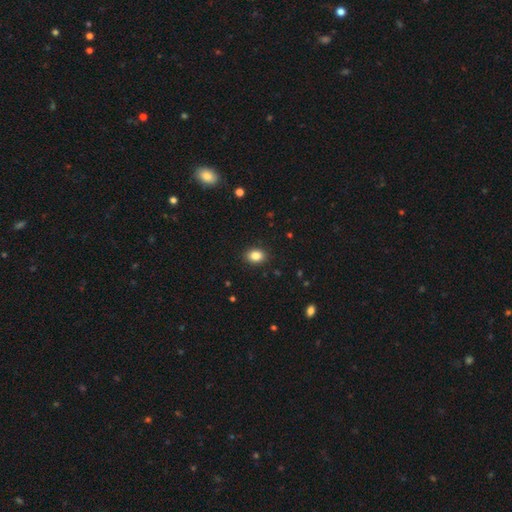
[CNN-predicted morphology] Overall: smooth (85%). How rounded: in between (65%; round 34%). Merging: none (90%).